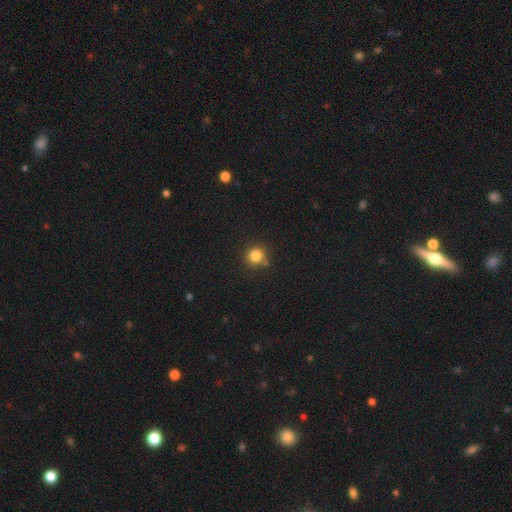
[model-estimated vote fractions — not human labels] Morphology: type=smooth (83%); roundness=round (89%); merging=none (79%).